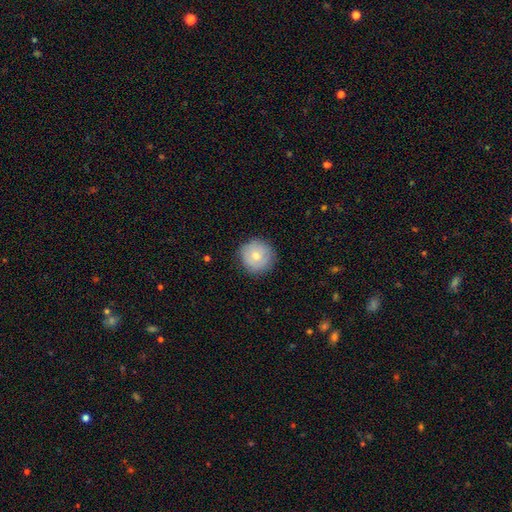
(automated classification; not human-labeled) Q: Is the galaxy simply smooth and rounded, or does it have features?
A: smooth — 75%.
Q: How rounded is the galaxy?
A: round — 95%.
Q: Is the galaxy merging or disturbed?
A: none — 85%.